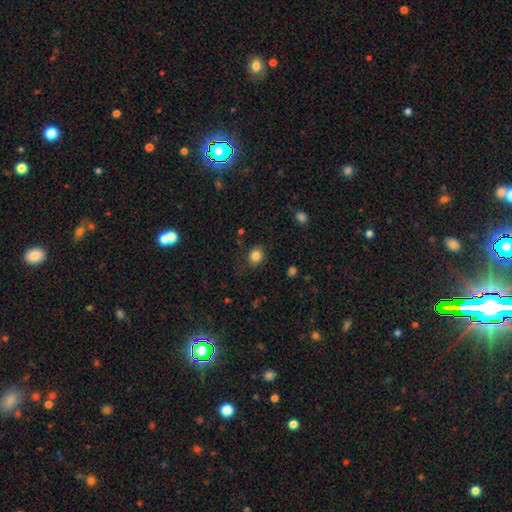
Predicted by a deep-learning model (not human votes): smooth_or_featured: smooth (p=0.83) [alt: star or artifact p=0.11]
how_rounded: round (p=0.61) [alt: in between p=0.38]
merging: none (p=0.80) [alt: minor disturbance p=0.14]